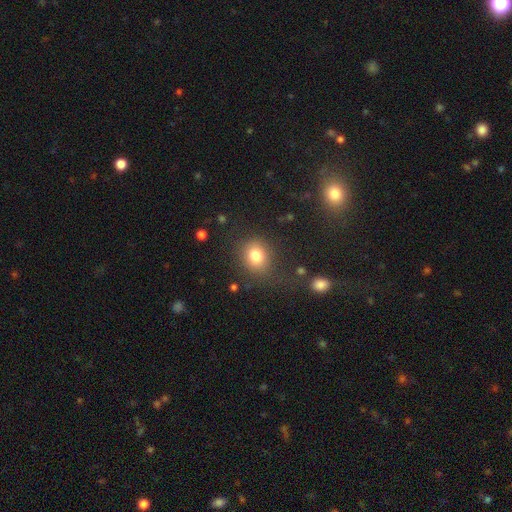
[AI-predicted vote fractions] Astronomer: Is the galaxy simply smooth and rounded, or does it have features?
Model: smooth — 80%.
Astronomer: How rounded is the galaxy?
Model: round — 72%.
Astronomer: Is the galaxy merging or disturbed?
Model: none — 74%.